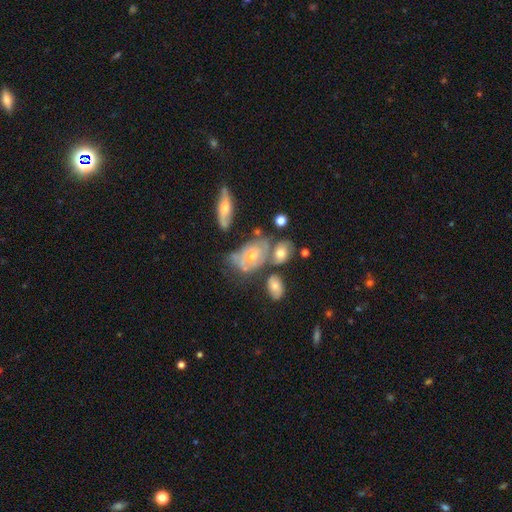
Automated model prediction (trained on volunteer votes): This is possibly a featured or disk galaxy (56%). It is clearly not viewed edge-on (84%). Merging: possibly none (52%).